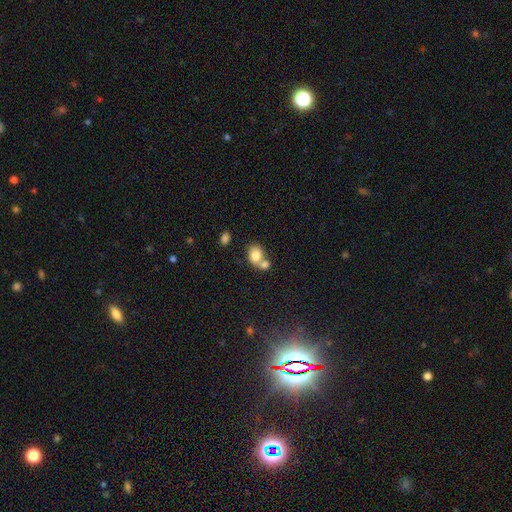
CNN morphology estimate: Smooth or featured?
  - smooth: 80% *
  - featured or disk: 11%
  - star or artifact: 9%
How rounded?
  - in between: 54% *
  - round: 45%
  - cigar-shaped: 1%
Merging?
  - merger: 58% *
  - none: 30%
  - minor disturbance: 8%
  - major disturbance: 4%